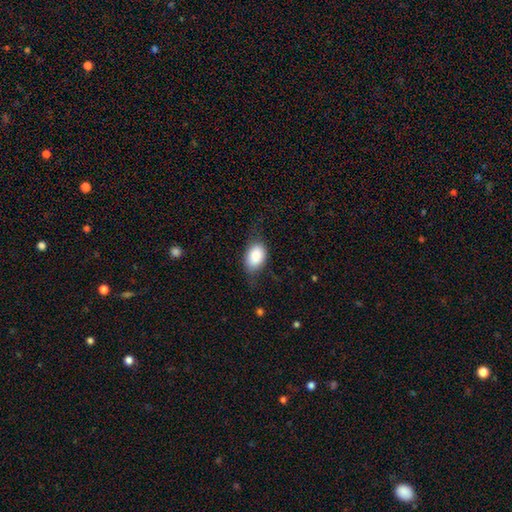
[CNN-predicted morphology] Q: Smooth or featured?
A: smooth (83%); runner-up: featured or disk (10%)
Q: How rounded?
A: in between (85%); runner-up: round (13%)
Q: Merging?
A: none (61%); runner-up: minor disturbance (26%)